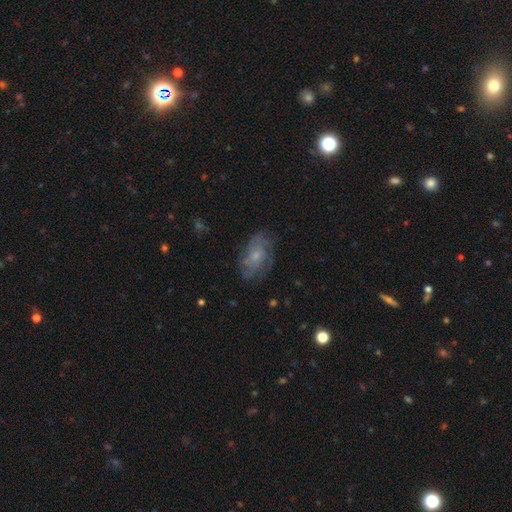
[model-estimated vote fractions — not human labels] A featured or disk galaxy (65%) with no bar (78%), tight (47%) spiral arms (84%) and a small central bulge (61%).

Vote fractions:
- Smooth or featured? featured or disk: 65% / smooth: 26% / star or artifact: 9%
- Edge-on disk? no: 96% / yes: 4%
- Bar? no: 78% / weak: 19% / strong: 3%
- Spiral arms? yes: 84% / no: 16%
- Spiral winding? tight: 47% / medium: 37% / loose: 16%
- Spiral arm count? can't tell: 46% / 3: 15% / 4: 14% / 2: 13% / more than 4: 6% / 1: 5%
- Bulge size? small: 61% / moderate: 31% / none: 5% / large: 2% / dominant: 1%
- Merging? none: 71% / minor disturbance: 19% / major disturbance: 8% / merger: 1%